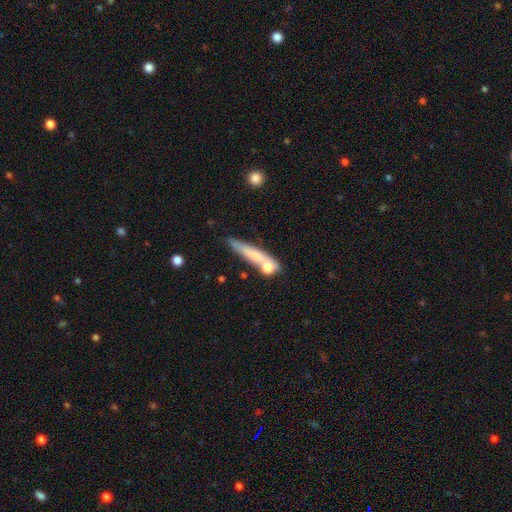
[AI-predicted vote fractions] Smooth or featured: smooth — 62% (featured or disk — 29%)
How rounded: cigar-shaped — 85% (in between — 10%)
Merging: none — 55% (merger — 19%)